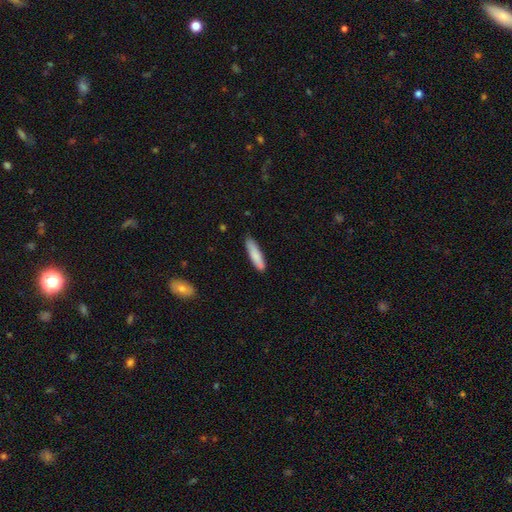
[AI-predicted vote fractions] smooth 84%, featured or disk 11%, star or artifact 6%. Down the decision tree: how rounded — cigar-shaped (80%); merging — none (83%).